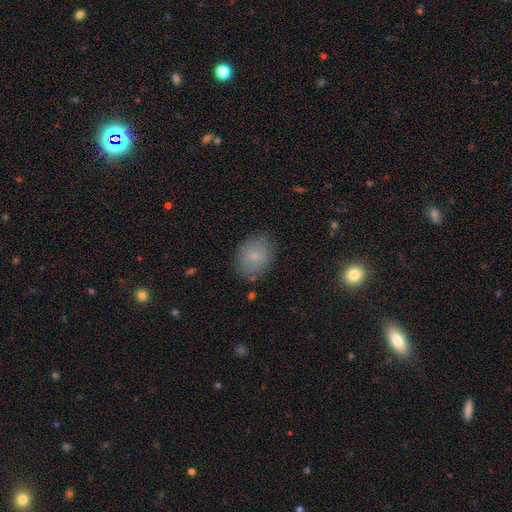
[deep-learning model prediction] Overall: smooth (78%). How rounded: in between (54%; round 45%). Merging: none (80%).